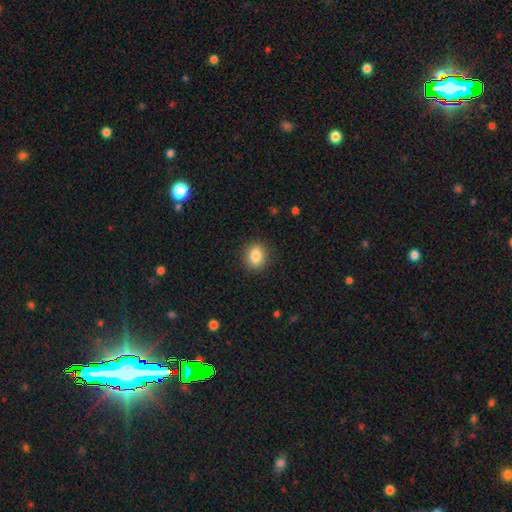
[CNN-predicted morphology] smooth 85%, star or artifact 9%, featured or disk 6%. Down the decision tree: how rounded — round (57%); merging — none (89%).